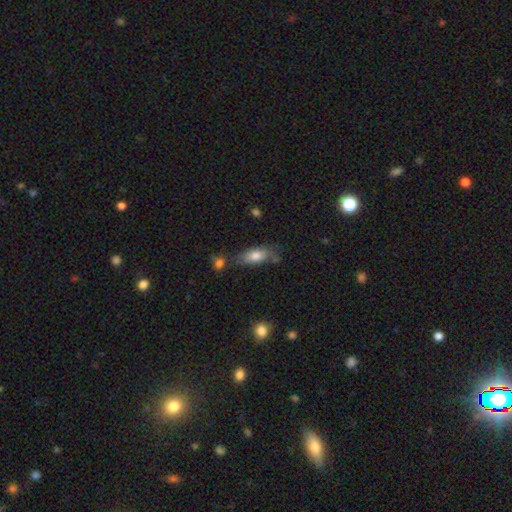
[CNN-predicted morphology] Smooth or featured? Predicted: smooth (p=0.75). How rounded? Predicted: in between (p=0.75). Merging? Predicted: none (p=0.61).